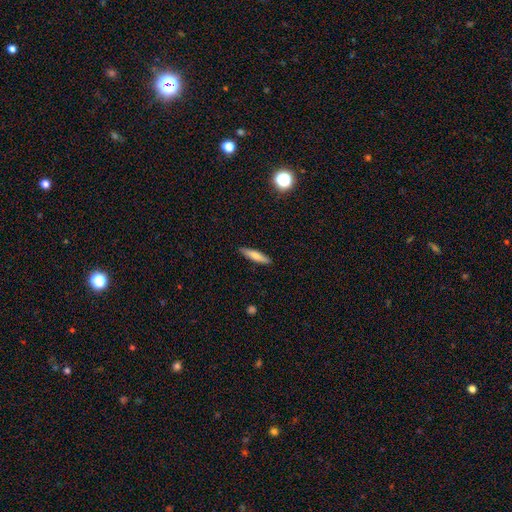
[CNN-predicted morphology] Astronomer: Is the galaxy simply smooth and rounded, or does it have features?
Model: smooth — 72%.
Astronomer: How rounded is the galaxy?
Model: cigar-shaped — 82%.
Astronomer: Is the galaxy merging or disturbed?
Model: none — 89%.